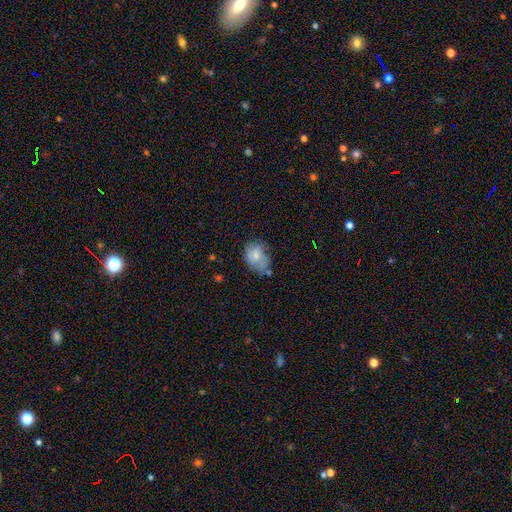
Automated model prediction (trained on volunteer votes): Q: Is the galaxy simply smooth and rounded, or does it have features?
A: smooth — 66%.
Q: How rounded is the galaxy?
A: in between — 74%.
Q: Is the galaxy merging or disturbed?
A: none — 48%.